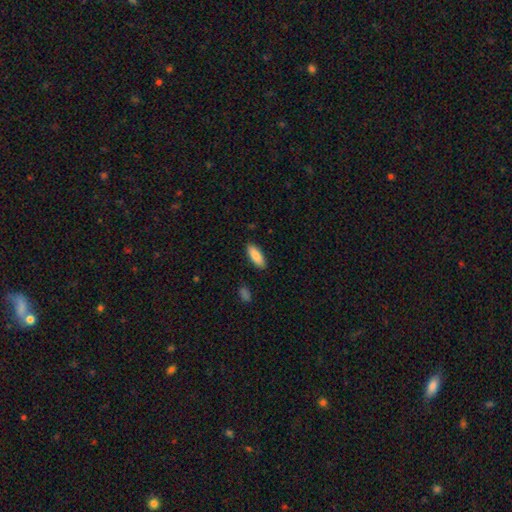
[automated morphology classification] smooth-or-featured: smooth: 88% | featured or disk: 6% | star or artifact: 6%
  how-rounded: in between: 72% | cigar-shaped: 26% | round: 2%
  merging: none: 88% | minor disturbance: 8% | major disturbance: 2% | merger: 1%